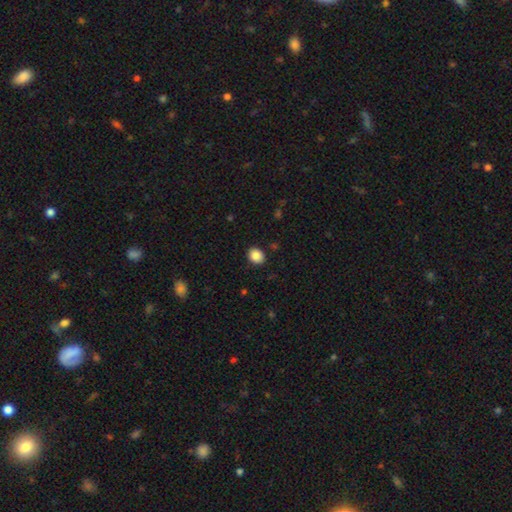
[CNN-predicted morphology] smooth_or_featured: smooth (p=0.87) [alt: star or artifact p=0.09]
how_rounded: round (p=0.55) [alt: in between p=0.45]
merging: none (p=0.90) [alt: minor disturbance p=0.07]